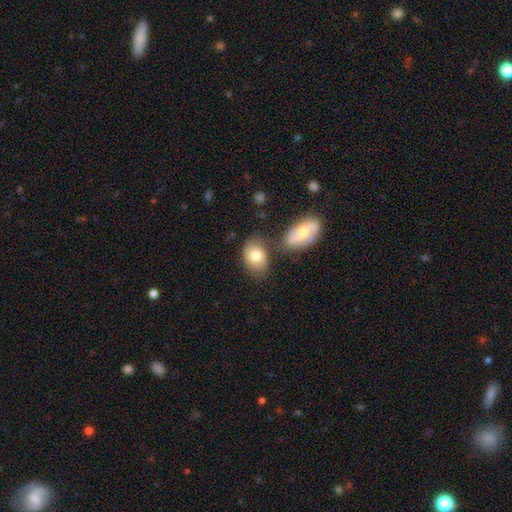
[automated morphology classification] Smooth or featured? smooth (79%)
How rounded? in between (81%)
Merging? none (60%)